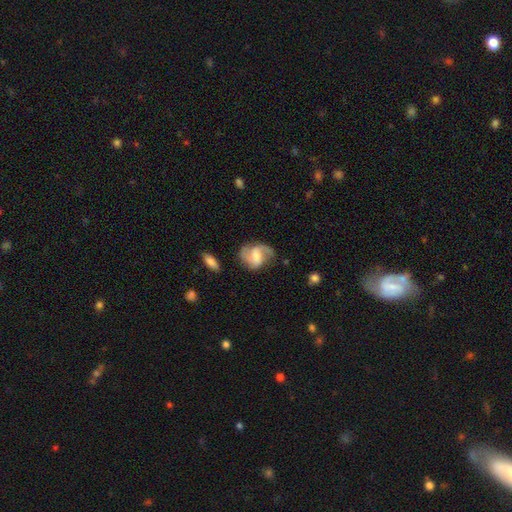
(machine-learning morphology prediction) Smooth or featured?
  - featured or disk: 73% *
  - smooth: 20%
  - star or artifact: 6%
Edge-on disk?
  - no: 97% *
  - yes: 3%
Bar?
  - weak: 52% *
  - no: 30%
  - strong: 19%
Spiral arms?
  - yes: 93% *
  - no: 7%
Spiral winding?
  - medium: 47% *
  - loose: 38%
  - tight: 16%
Spiral arm count?
  - 2: 82% *
  - can't tell: 6%
  - 1: 6%
  - 3: 4%
  - 4: 1%
  - more than 4: 1%
Bulge size?
  - moderate: 41% *
  - small: 30%
  - none: 16%
  - large: 12%
  - dominant: 2%
Merging?
  - none: 62% *
  - minor disturbance: 23%
  - major disturbance: 12%
  - merger: 3%